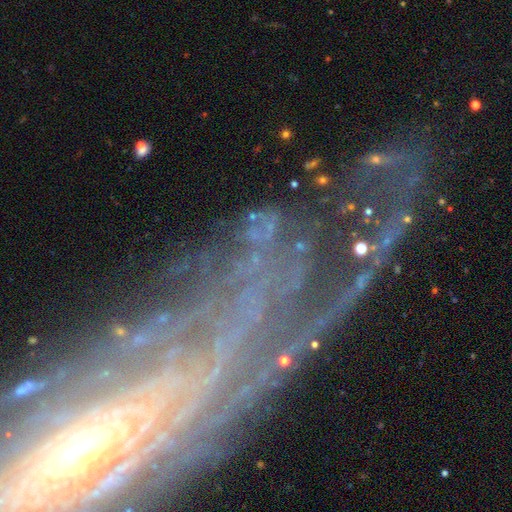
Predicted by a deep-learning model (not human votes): smooth-or-featured: featured or disk: 65% | star or artifact: 24% | smooth: 12%
  disk-edge-on: no: 89% | yes: 11%
    bar: no: 55% | weak: 25% | strong: 20%
    has-spiral-arms: yes: 88% | no: 12%
      spiral-winding: tight: 63% | medium: 26% | loose: 11%
      spiral-arm-count: can't tell: 29% | 2: 18% | 3: 15% | more than 4: 13% | 4: 13% | 1: 12%
    bulge-size: small: 56% | moderate: 23% | none: 12% | large: 6% | dominant: 4%
  merging: none: 67% | minor disturbance: 15% | major disturbance: 13% | merger: 5%